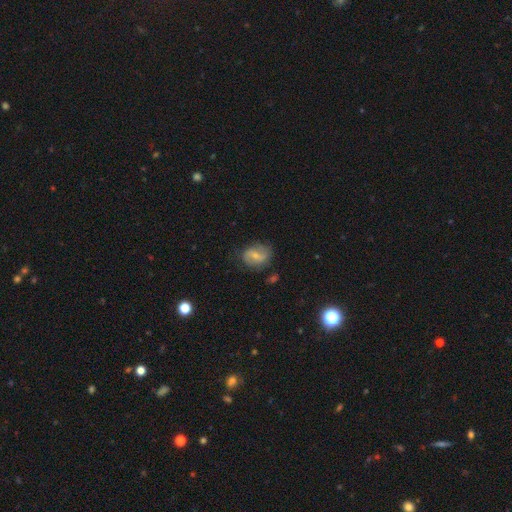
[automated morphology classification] Smooth or featured? featured or disk (51%)
Edge-on disk? no (96%)
Merging? none (70%)